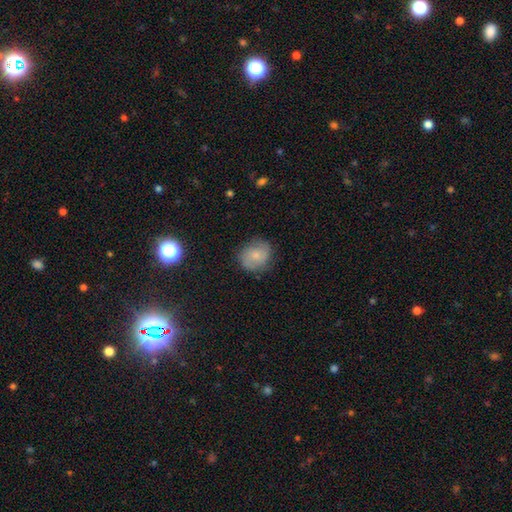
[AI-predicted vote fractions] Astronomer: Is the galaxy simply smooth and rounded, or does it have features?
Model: smooth — 59%.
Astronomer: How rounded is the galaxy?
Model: round — 76%.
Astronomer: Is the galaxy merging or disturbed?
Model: none — 77%.